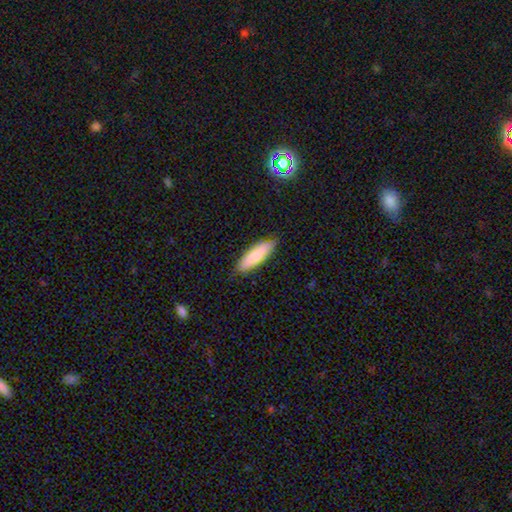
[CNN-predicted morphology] smooth 82%, featured or disk 13%, star or artifact 5%. Down the decision tree: how rounded — cigar-shaped (52%); merging — none (86%).